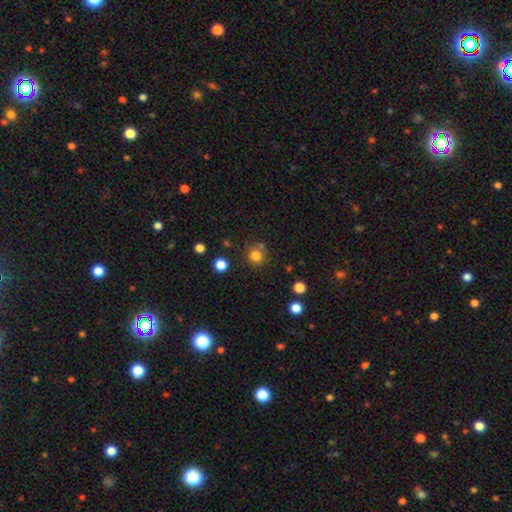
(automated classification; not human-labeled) smooth 80%, star or artifact 14%, featured or disk 6%. Down the decision tree: how rounded — round (89%); merging — none (72%).